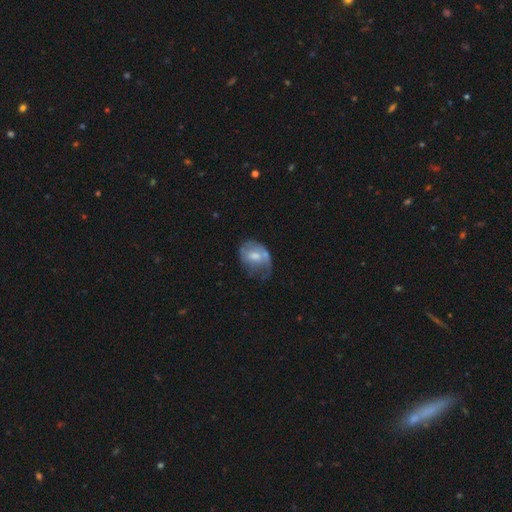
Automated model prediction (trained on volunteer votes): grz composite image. It shows a smooth galaxy with no disk features (49%). Merging: minor disturbance (33%).